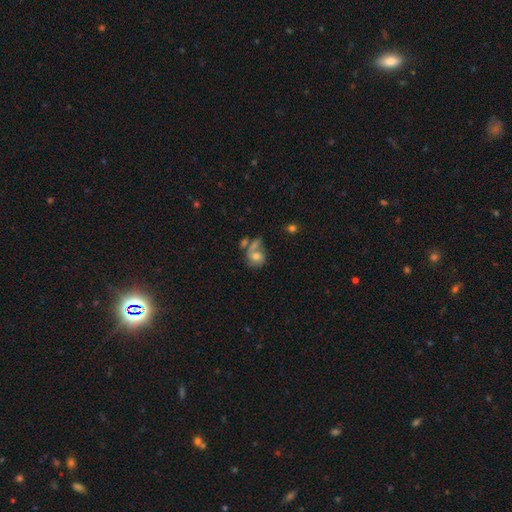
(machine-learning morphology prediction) Smooth or featured? smooth (47%)
Merging? none (37%)